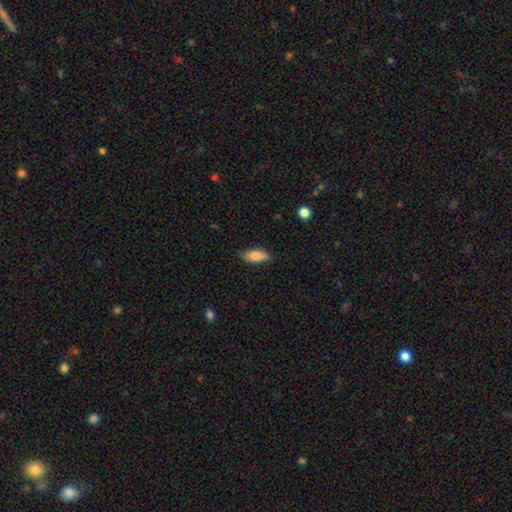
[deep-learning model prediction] smooth-or-featured: smooth: 82% | featured or disk: 12% | star or artifact: 7%
  how-rounded: in between: 83% | cigar-shaped: 15% | round: 2%
  merging: none: 84% | minor disturbance: 12% | major disturbance: 2% | merger: 1%